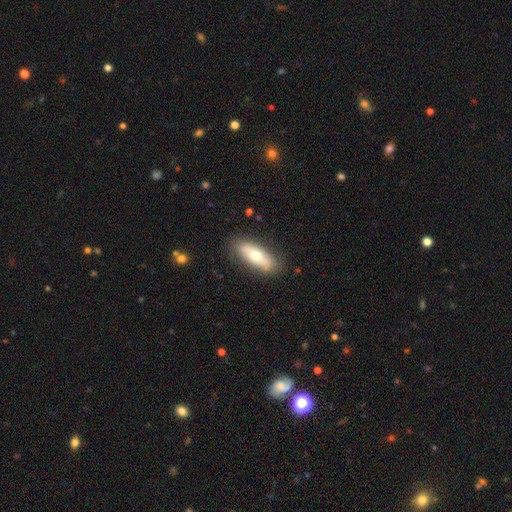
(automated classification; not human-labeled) Q: Smooth or featured?
A: smooth (61%); runner-up: featured or disk (33%)
Q: How rounded?
A: in between (69%); runner-up: cigar-shaped (29%)
Q: Merging?
A: none (82%); runner-up: minor disturbance (13%)